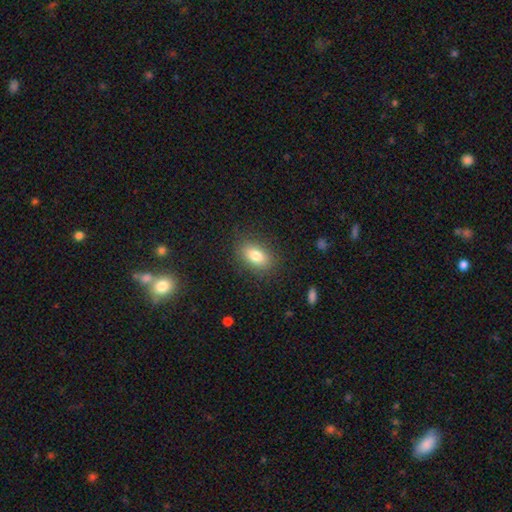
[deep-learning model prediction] Overall: smooth (81%). How rounded: in between (85%). Merging: none (85%).